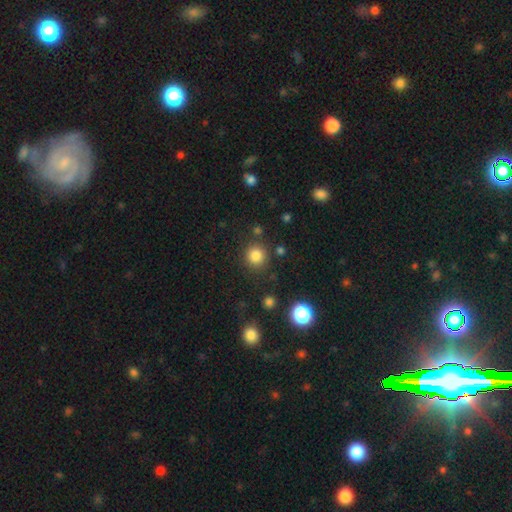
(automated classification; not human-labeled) Smooth or featured? Predicted: smooth (p=0.83). How rounded? Predicted: round (p=0.93). Merging? Predicted: none (p=0.86).